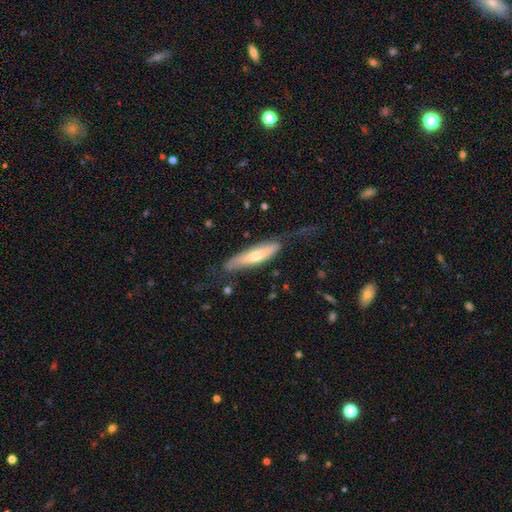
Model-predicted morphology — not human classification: smooth-or-featured: smooth: 49% | featured or disk: 45% | star or artifact: 6%
  merging: none: 51% | minor disturbance: 27% | major disturbance: 19% | merger: 2%